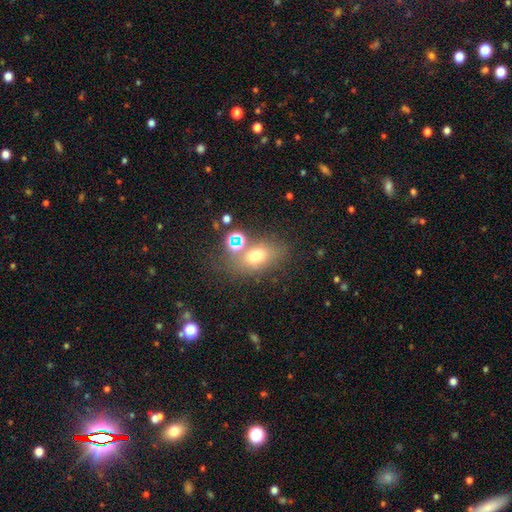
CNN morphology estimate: A smooth galaxy with no disk features (65%) that is in between round and cigar-shaped (67%). Merging: none (61%).